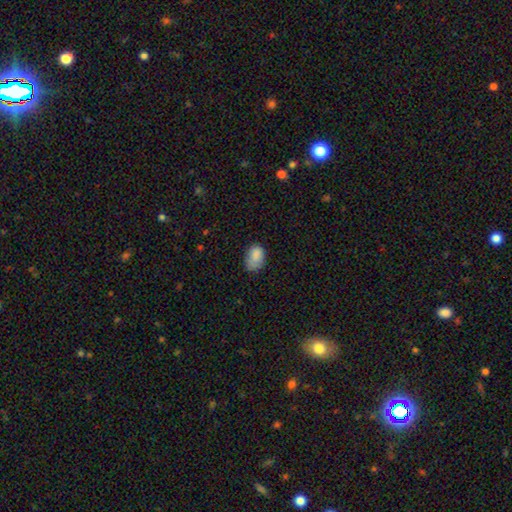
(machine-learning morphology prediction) A smooth galaxy with no disk features (84%) that is in between round and cigar-shaped (83%). Merging: none (53%).